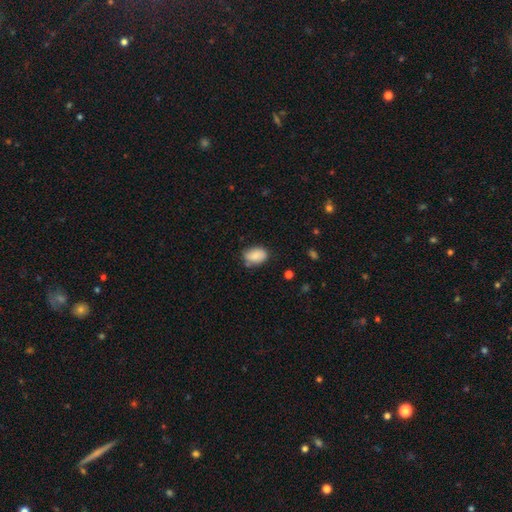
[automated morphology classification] type=smooth (83%); roundness=in between (82%); merging=none (67%).